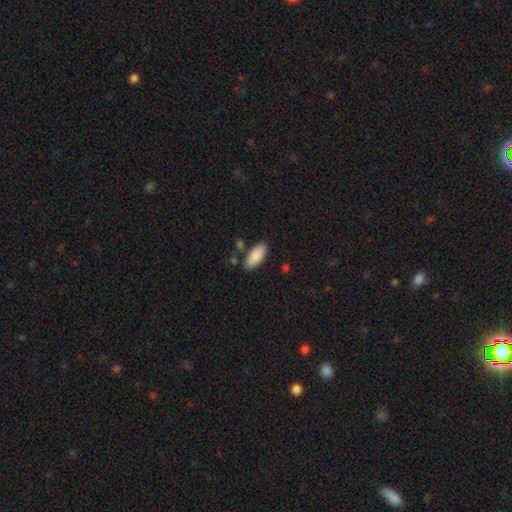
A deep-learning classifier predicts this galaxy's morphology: Overall: smooth (89%). How rounded: in between (88%). Merging: none (82%).